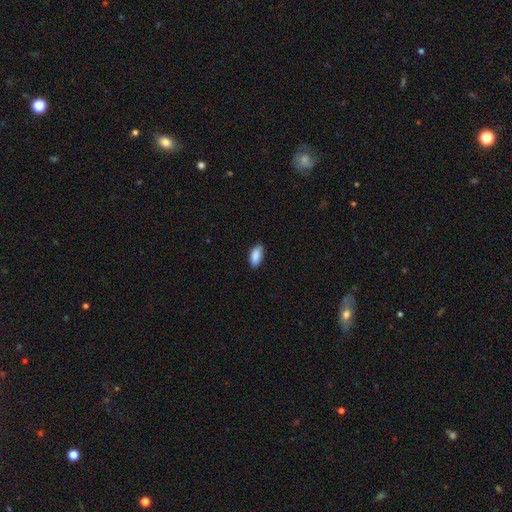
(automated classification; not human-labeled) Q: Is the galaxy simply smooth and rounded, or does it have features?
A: smooth — 90%.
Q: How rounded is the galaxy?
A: in between — 92%.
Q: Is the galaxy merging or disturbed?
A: none — 85%.